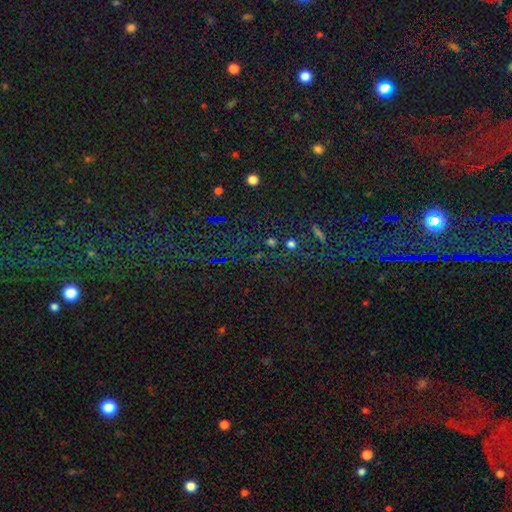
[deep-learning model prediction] Overall: star or artifact (80%).